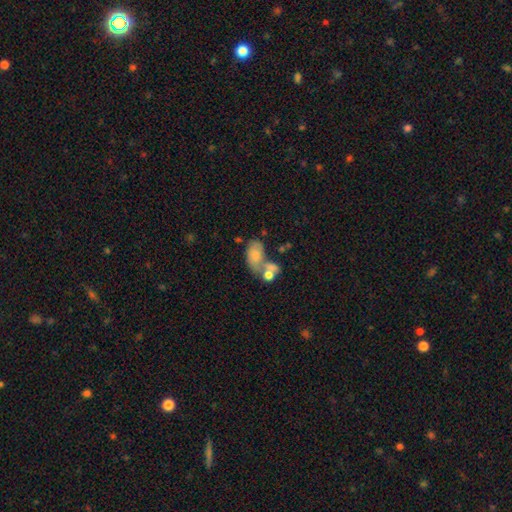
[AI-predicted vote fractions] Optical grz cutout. It shows a smooth galaxy with no disk features (41%). Merging: none (42%).